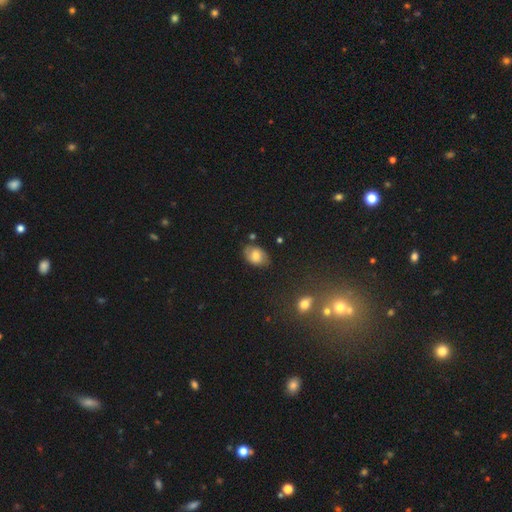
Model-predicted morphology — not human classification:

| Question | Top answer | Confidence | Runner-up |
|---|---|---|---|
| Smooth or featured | smooth | 67% | featured or disk (24%) |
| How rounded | in between | 83% | round (16%) |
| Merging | none | 77% | minor disturbance (17%) |